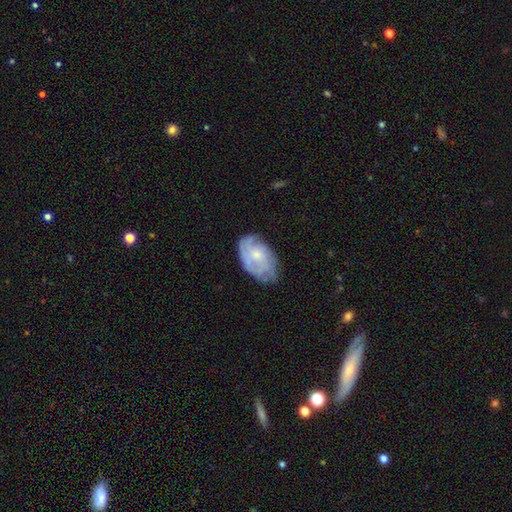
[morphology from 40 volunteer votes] Smooth or featured? 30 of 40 (75%) said featured or disk. Edge-on disk? 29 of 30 (97%) said no. Bar? 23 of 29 (79%) said no. Spiral arms? 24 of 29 (83%) said yes. Spiral winding? 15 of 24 (62%) said tight. Spiral arm count? 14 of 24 (58%) said can't tell. Bulge size? 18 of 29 (62%) said small. Merging? 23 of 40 (57%) said none.